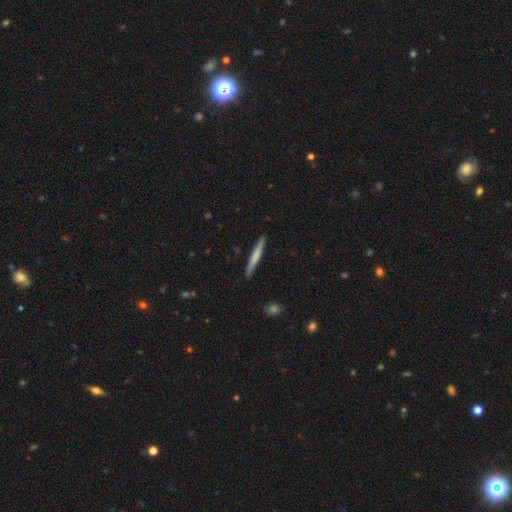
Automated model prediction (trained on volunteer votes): This appears to be a smooth galaxy with no disk features (67%) that is cigar-shaped (96%). Merging: none (90%).